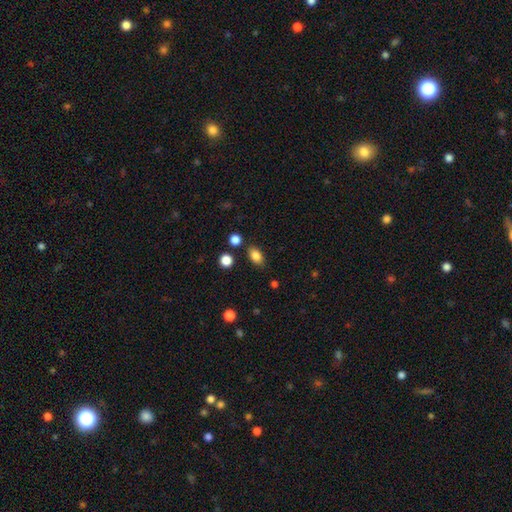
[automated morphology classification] This is clearly a smooth galaxy (84%). How rounded: clearly in between (84%). Merging: clearly none (81%).